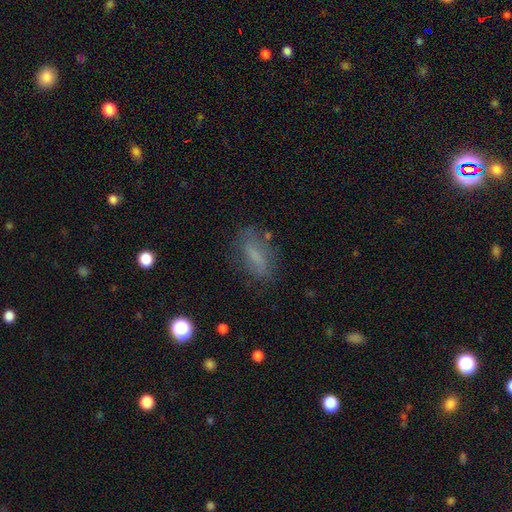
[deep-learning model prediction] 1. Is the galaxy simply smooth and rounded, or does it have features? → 63% smooth, 25% featured or disk, 13% star or artifact.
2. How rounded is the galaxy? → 66% in between, 30% cigar-shaped, 5% round.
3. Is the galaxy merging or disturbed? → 70% none, 19% minor disturbance, 9% major disturbance, 2% merger.